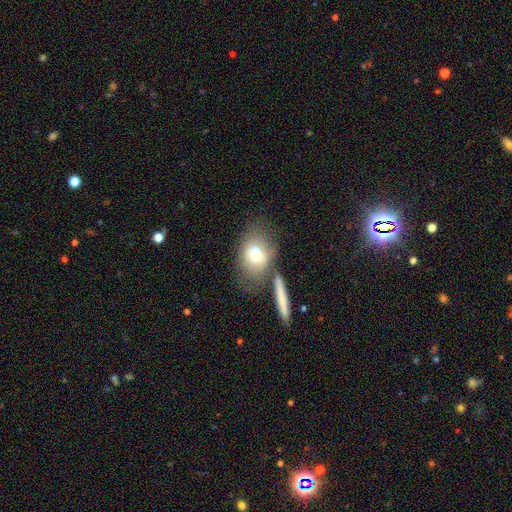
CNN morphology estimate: Q: Smooth or featured?
A: smooth (62%); runner-up: featured or disk (29%)
Q: How rounded?
A: in between (60%); runner-up: round (35%)
Q: Merging?
A: none (39%); runner-up: merger (38%)